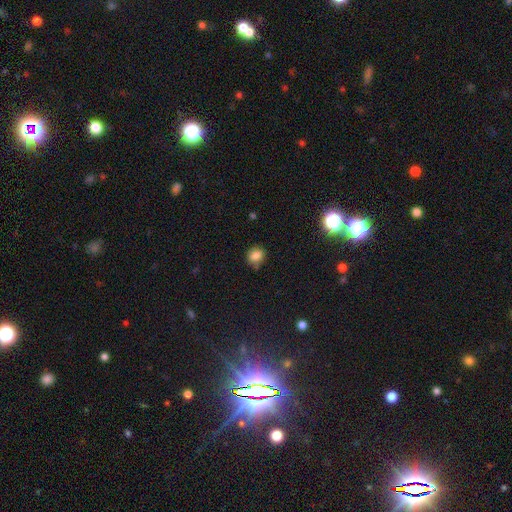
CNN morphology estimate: smooth_or_featured: smooth (p=0.81) [alt: star or artifact p=0.12]
how_rounded: round (p=0.60) [alt: in between p=0.39]
merging: none (p=0.72) [alt: minor disturbance p=0.20]